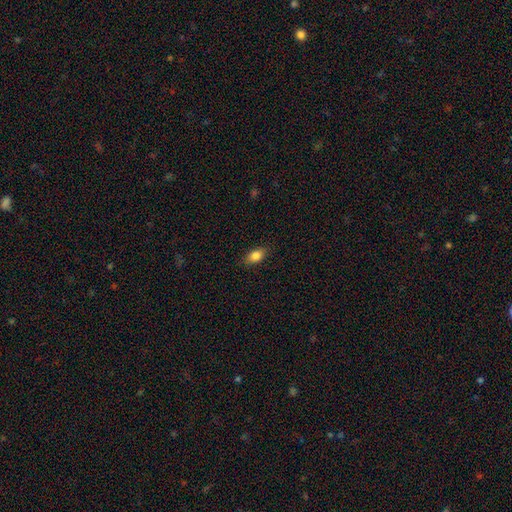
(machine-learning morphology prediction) This is clearly a smooth galaxy (83%). How rounded: clearly in between (86%). Merging: clearly none (86%).